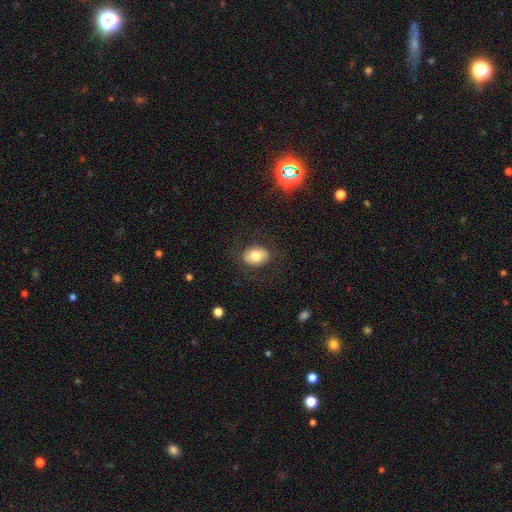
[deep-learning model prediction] smooth-or-featured: smooth: 74% | featured or disk: 17% | star or artifact: 8%
  how-rounded: in between: 72% | round: 27% | cigar-shaped: 1%
  merging: none: 80% | minor disturbance: 12% | major disturbance: 7% | merger: 1%